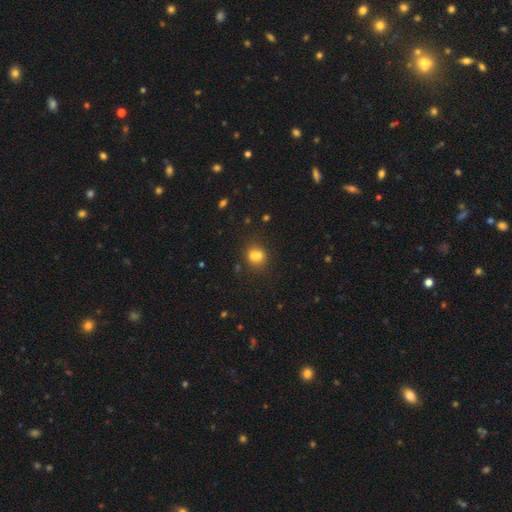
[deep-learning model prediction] A smooth galaxy with no disk features (69%) that is round (76%).

Vote fractions:
- Smooth or featured? smooth: 69% / featured or disk: 17% / star or artifact: 14%
- How rounded? round: 76% / in between: 23% / cigar-shaped: 1%
- Merging? merger: 50% / none: 38% / minor disturbance: 9% / major disturbance: 4%